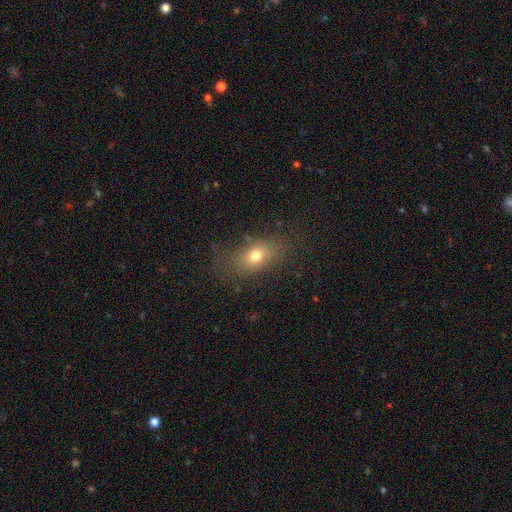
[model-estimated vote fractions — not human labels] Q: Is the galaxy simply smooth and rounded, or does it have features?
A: smooth — 74%.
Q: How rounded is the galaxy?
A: in between — 76%.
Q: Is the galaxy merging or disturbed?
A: none — 76%.